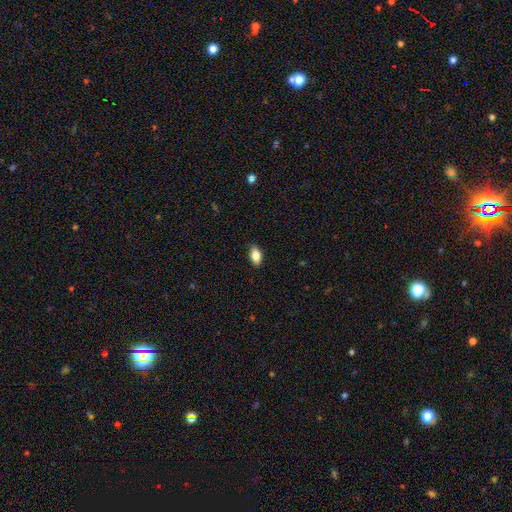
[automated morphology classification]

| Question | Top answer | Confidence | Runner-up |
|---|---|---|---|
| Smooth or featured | smooth | 84% | featured or disk (9%) |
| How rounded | in between | 90% | round (7%) |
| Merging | none | 83% | minor disturbance (14%) |